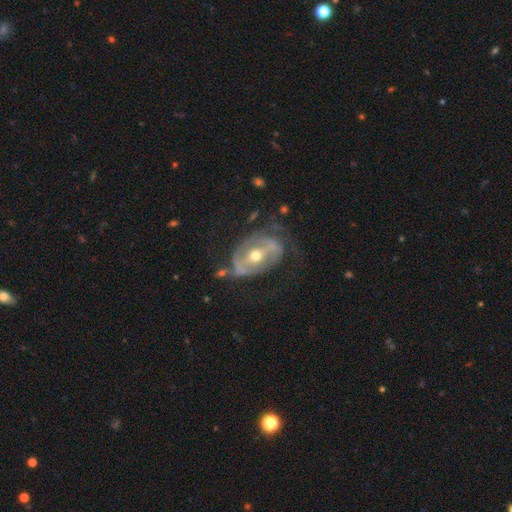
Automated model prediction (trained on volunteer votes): smooth_or_featured: featured or disk (p=0.81) [alt: smooth p=0.13]
disk_edge_on: no (p=0.94) [alt: yes p=0.06]
bar: strong (p=0.44) [alt: weak p=0.33]
has_spiral_arms: yes (p=0.67) [alt: no p=0.33]
spiral_winding: tight (p=0.41) [alt: medium p=0.36]
spiral_arm_count: 2 (p=0.57) [alt: can't tell p=0.24]
bulge_size: moderate (p=0.67) [alt: small p=0.28]
merging: none (p=0.51) [alt: minor disturbance p=0.23]